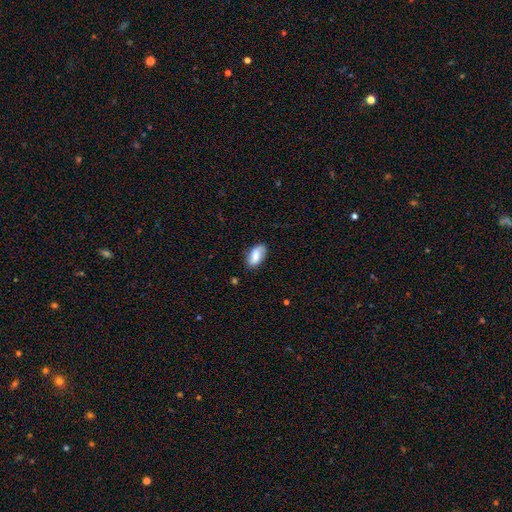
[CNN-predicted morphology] Q: Smooth or featured?
A: smooth (69%); runner-up: featured or disk (24%)
Q: How rounded?
A: in between (93%); runner-up: round (4%)
Q: Merging?
A: none (79%); runner-up: minor disturbance (16%)